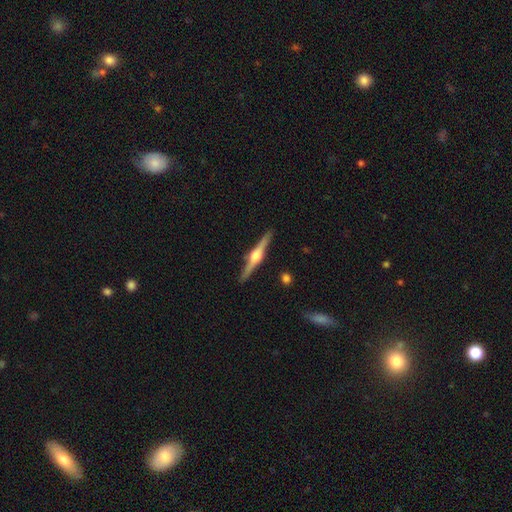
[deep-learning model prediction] smooth-or-featured: featured or disk: 83% | smooth: 12% | star or artifact: 5%
  disk-edge-on: yes: 98% | no: 2%
    edge-on-bulge: rounded: 94% | boxy: 4% | none: 2%
  merging: none: 90% | minor disturbance: 7% | major disturbance: 1% | merger: 1%